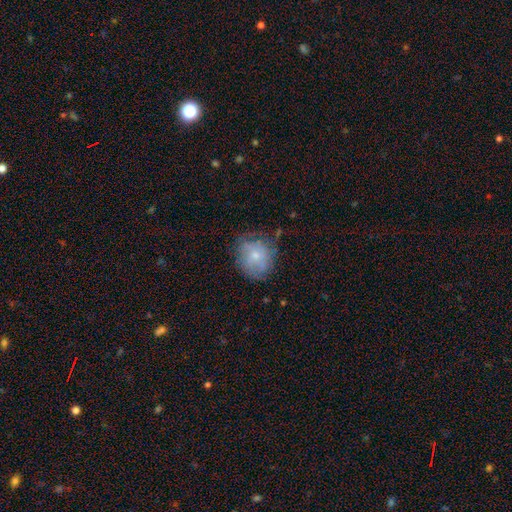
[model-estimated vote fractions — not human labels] Smooth or featured?
  - smooth: 60% *
  - featured or disk: 31%
  - star or artifact: 9%
How rounded?
  - round: 79% *
  - in between: 20%
  - cigar-shaped: 1%
Merging?
  - none: 63% *
  - minor disturbance: 25%
  - major disturbance: 10%
  - merger: 2%